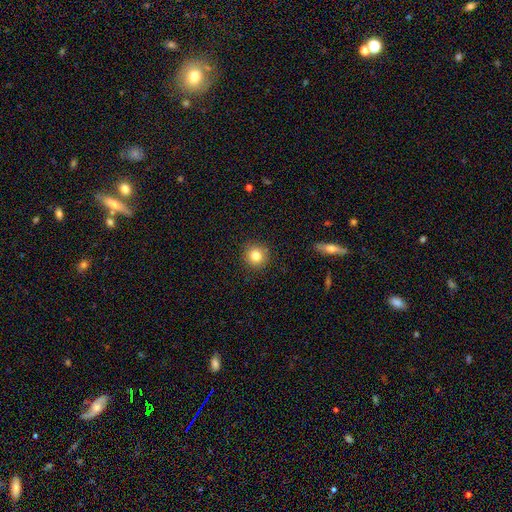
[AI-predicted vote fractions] smooth_or_featured: smooth (p=0.81) [alt: star or artifact p=0.11]
how_rounded: round (p=0.93) [alt: in between p=0.06]
merging: none (p=0.90) [alt: minor disturbance p=0.07]